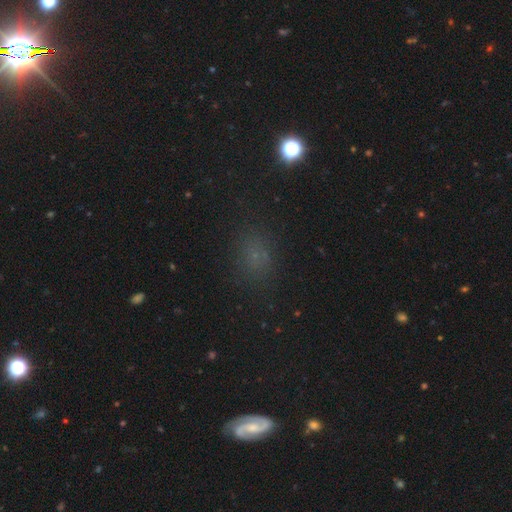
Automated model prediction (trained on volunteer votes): Smooth or featured: smooth — 60% (star or artifact — 30%)
How rounded: in between — 63% (round — 34%)
Merging: none — 77% (minor disturbance — 14%)